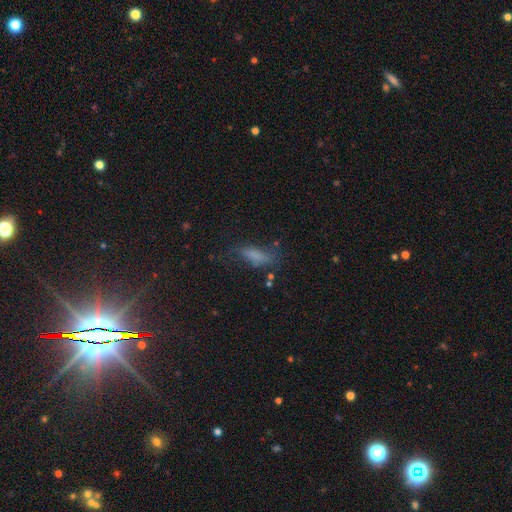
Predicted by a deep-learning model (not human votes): Smooth or featured: smooth — 69% (featured or disk — 16%)
How rounded: in between — 55% (cigar-shaped — 41%)
Merging: none — 52% (minor disturbance — 25%)